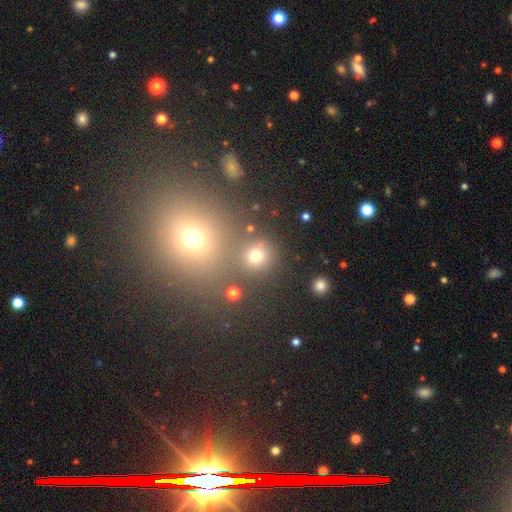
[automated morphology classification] A smooth galaxy with no disk features (71%) that is round (87%).

Vote fractions:
- Smooth or featured? smooth: 71% / star or artifact: 22% / featured or disk: 8%
- How rounded? round: 87% / in between: 11% / cigar-shaped: 1%
- Merging? none: 74% / merger: 13% / minor disturbance: 8% / major disturbance: 4%